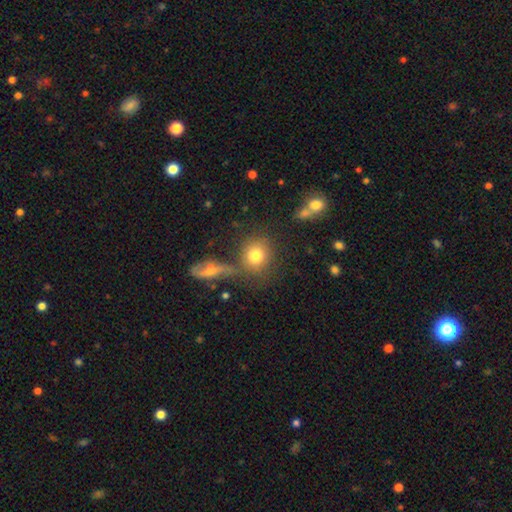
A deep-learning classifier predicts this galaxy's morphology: Q: Smooth or featured?
A: smooth (76%); runner-up: featured or disk (12%)
Q: How rounded?
A: round (81%); runner-up: in between (17%)
Q: Merging?
A: none (65%); runner-up: merger (18%)